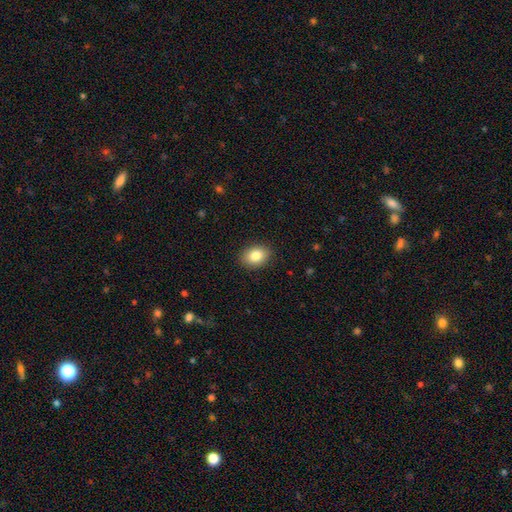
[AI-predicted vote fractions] Smooth or featured: smooth — 83% (star or artifact — 9%)
How rounded: in between — 70% (round — 29%)
Merging: none — 89% (minor disturbance — 8%)